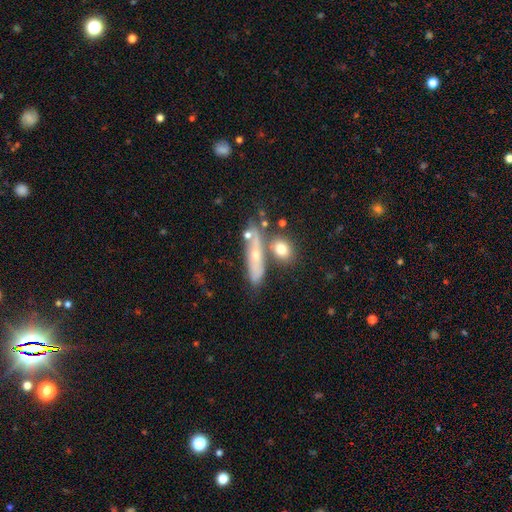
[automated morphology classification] A featured or disk galaxy (51%) viewed edge-on (55%).

Vote fractions:
- Smooth or featured? featured or disk: 51% / smooth: 39% / star or artifact: 9%
- Edge-on disk? yes: 55% / no: 45%
- Merging? none: 54% / merger: 21% / minor disturbance: 18% / major disturbance: 7%